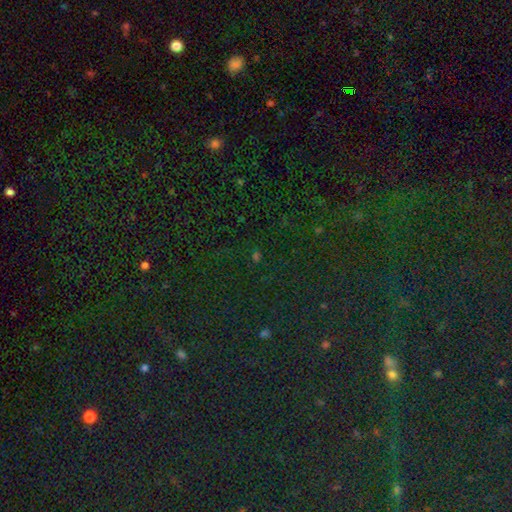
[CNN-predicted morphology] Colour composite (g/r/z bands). It shows a star or artifact, not a galaxy (70%).